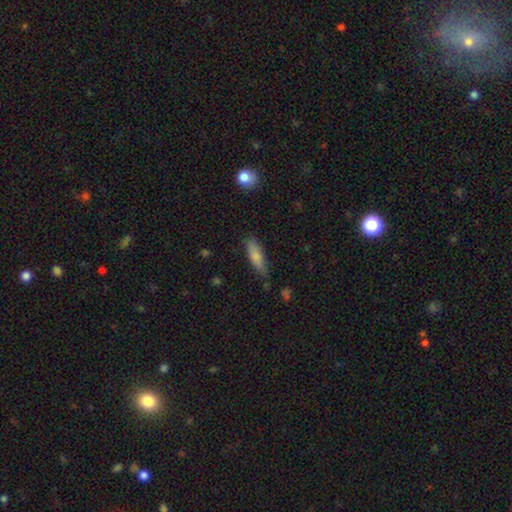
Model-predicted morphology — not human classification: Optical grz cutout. It shows a smooth galaxy with no disk features (79%) that is cigar-shaped (53%). Merging: none (74%).